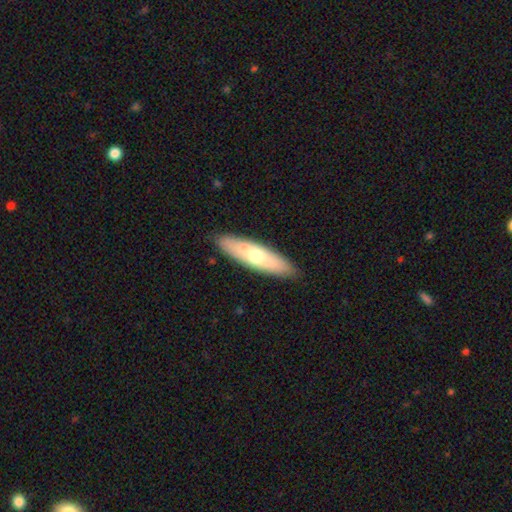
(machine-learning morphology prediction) Smooth or featured: smooth — 55% (featured or disk — 39%)
How rounded: cigar-shaped — 65% (in between — 33%)
Merging: none — 88% (minor disturbance — 9%)